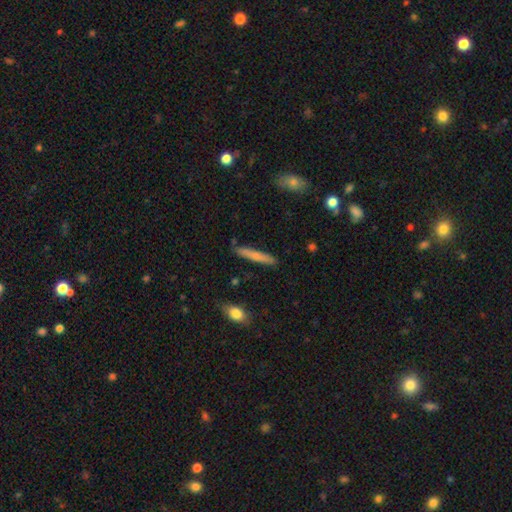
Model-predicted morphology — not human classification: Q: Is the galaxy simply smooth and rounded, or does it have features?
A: smooth — 67%.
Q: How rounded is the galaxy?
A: cigar-shaped — 93%.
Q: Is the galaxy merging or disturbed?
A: none — 88%.